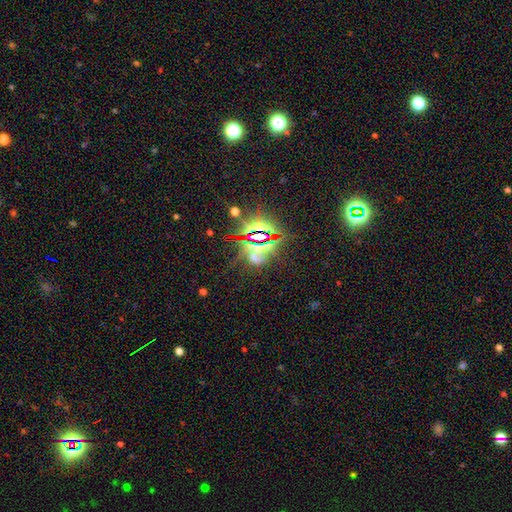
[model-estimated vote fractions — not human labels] star or artifact 71%, smooth 16%, featured or disk 13%.